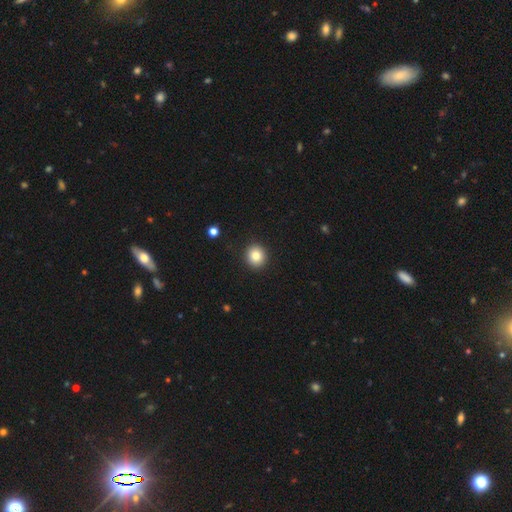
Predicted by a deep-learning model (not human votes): This is clearly a smooth galaxy (84%). How rounded: clearly round (86%). Merging: clearly none (91%).